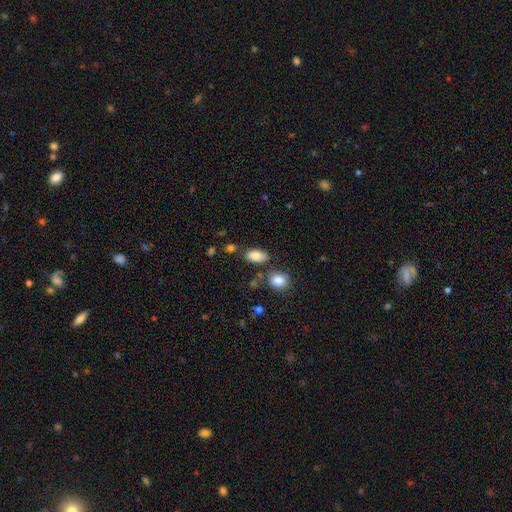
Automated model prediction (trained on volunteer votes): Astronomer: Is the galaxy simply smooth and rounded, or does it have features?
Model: smooth — 84%.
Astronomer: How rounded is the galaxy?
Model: in between — 92%.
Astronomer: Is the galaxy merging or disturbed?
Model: none — 74%.